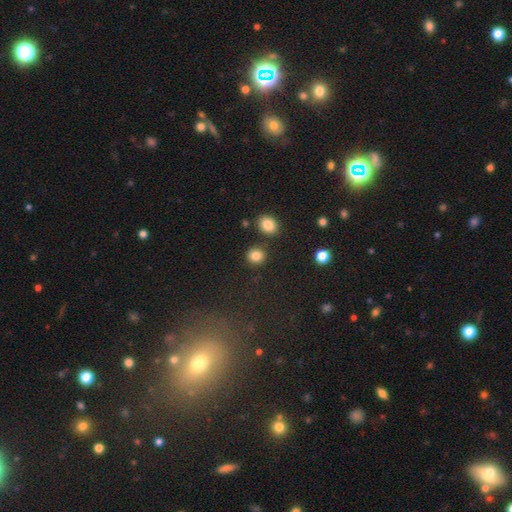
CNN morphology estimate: type=smooth (84%); roundness=round (83%); merging=none (83%).